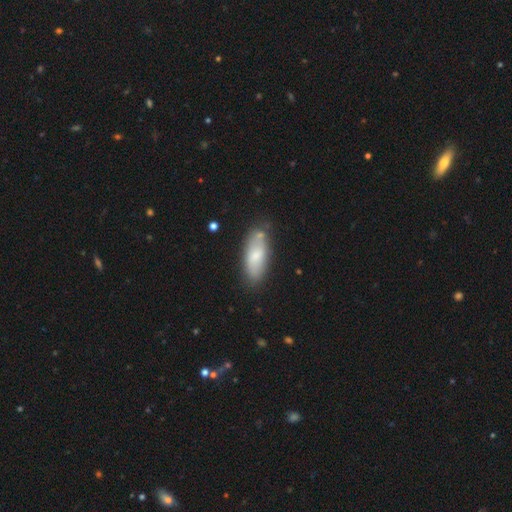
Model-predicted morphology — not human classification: smooth-or-featured: smooth: 71% | featured or disk: 22% | star or artifact: 7%
  how-rounded: in between: 77% | cigar-shaped: 21% | round: 2%
  merging: none: 72% | minor disturbance: 18% | merger: 6% | major disturbance: 4%